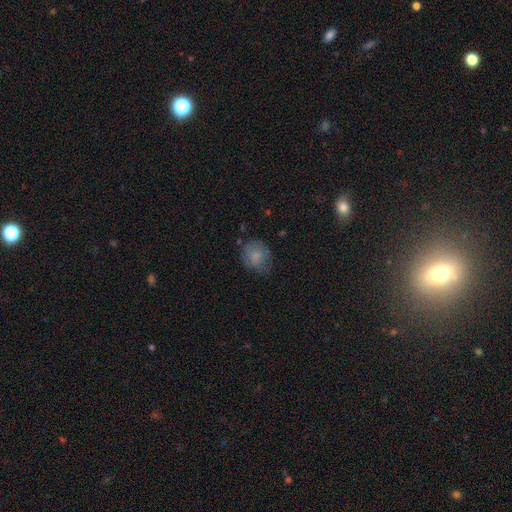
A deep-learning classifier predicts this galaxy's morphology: The model was most divided on "how rounded": round: 64%, in between: 35%, cigar-shaped: 1%. More confident: smooth or featured — smooth (78%); merging — none (63%).